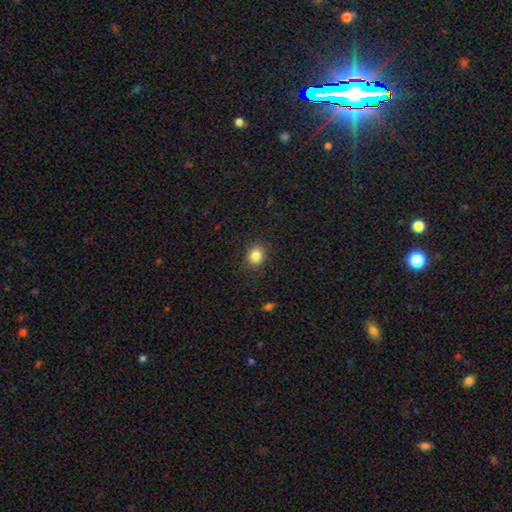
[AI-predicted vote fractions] smooth-or-featured: smooth: 84% | star or artifact: 10% | featured or disk: 5%
  how-rounded: round: 68% | in between: 31% | cigar-shaped: 1%
  merging: none: 86% | minor disturbance: 10% | major disturbance: 3% | merger: 1%